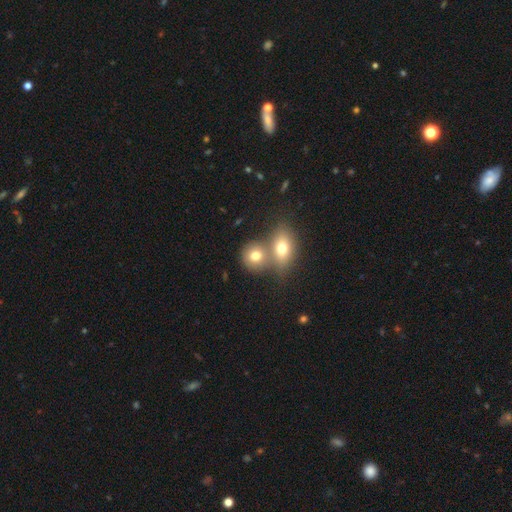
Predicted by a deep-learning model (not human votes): smooth_or_featured: smooth (p=0.73) [alt: featured or disk p=0.16]
how_rounded: round (p=0.69) [alt: in between p=0.29]
merging: merger (p=0.51) [alt: none p=0.38]